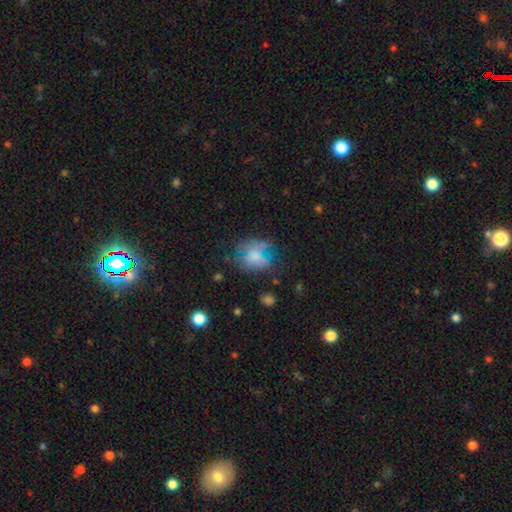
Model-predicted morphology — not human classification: smooth 59%, featured or disk 26%, star or artifact 16%. Down the decision tree: how rounded — round (52%); merging — none (43%).